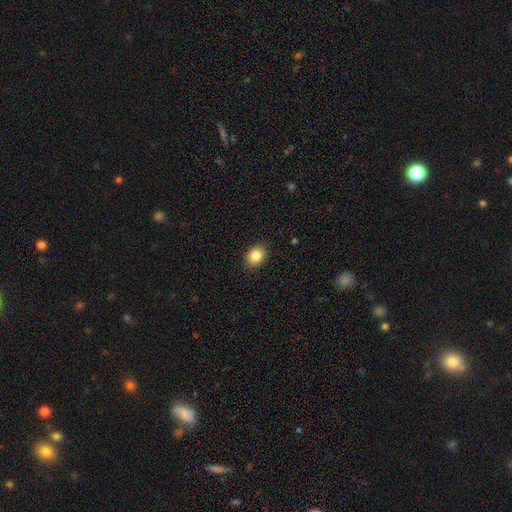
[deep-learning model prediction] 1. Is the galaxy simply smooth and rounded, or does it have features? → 84% smooth, 9% star or artifact, 7% featured or disk.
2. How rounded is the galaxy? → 62% in between, 37% round, 1% cigar-shaped.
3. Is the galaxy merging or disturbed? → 89% none, 8% minor disturbance, 2% major disturbance, 1% merger.